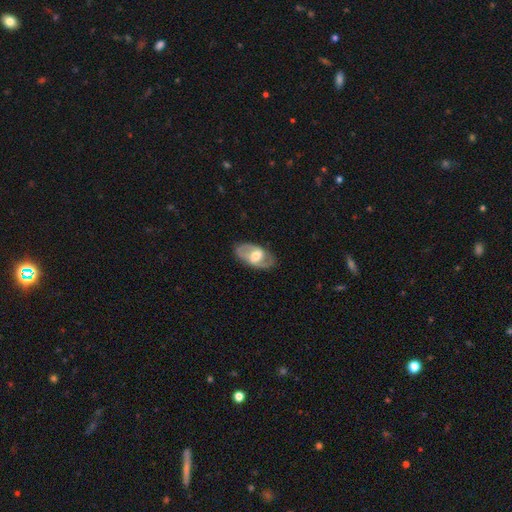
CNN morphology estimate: A featured or disk galaxy (60%) with a weak bar (42%), spiral arms (54%) and a moderate central bulge (57%).

Vote fractions:
- Smooth or featured? featured or disk: 60% / smooth: 34% / star or artifact: 6%
- Edge-on disk? no: 90% / yes: 10%
- Bar? weak: 42% / no: 33% / strong: 25%
- Spiral arms? yes: 54% / no: 46%
- Bulge size? moderate: 57% / large: 26% / small: 13% / none: 2% / dominant: 2%
- Merging? none: 81% / minor disturbance: 13% / major disturbance: 5% / merger: 1%